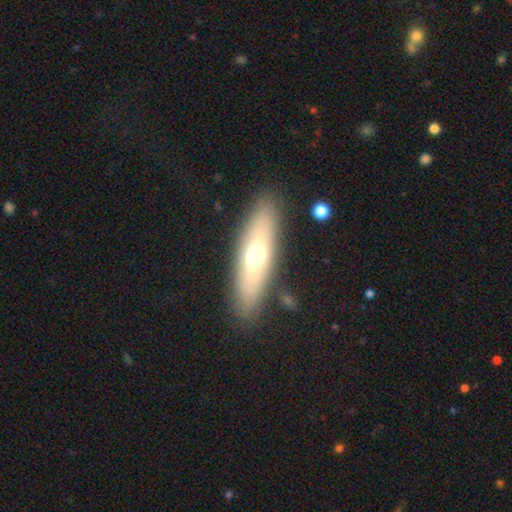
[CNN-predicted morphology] The model was most divided on "how rounded": cigar-shaped: 49%, in between: 48%, round: 3%. More confident: merging — none (86%); smooth or featured — smooth (56%).